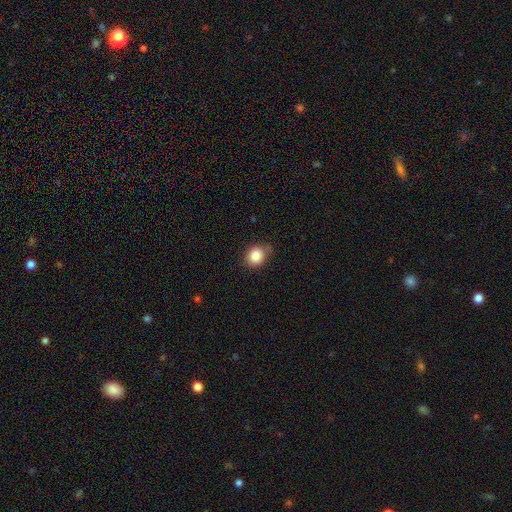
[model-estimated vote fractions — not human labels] smooth_or_featured: smooth (p=0.86) [alt: star or artifact p=0.09]
how_rounded: round (p=0.68) [alt: in between p=0.31]
merging: none (p=0.74) [alt: minor disturbance p=0.21]